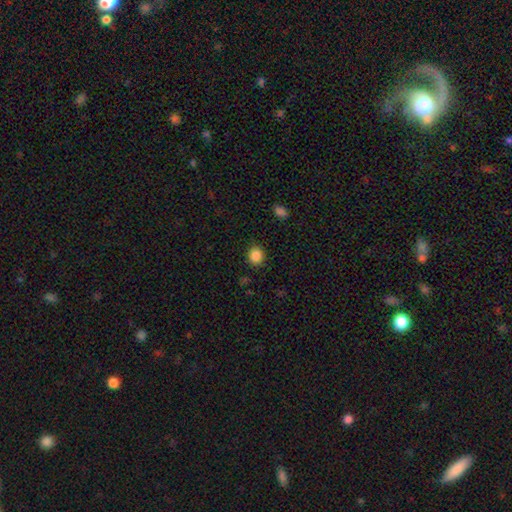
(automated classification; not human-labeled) smooth_or_featured: smooth (p=0.86) [alt: star or artifact p=0.10]
how_rounded: round (p=0.80) [alt: in between p=0.19]
merging: none (p=0.89) [alt: minor disturbance p=0.07]